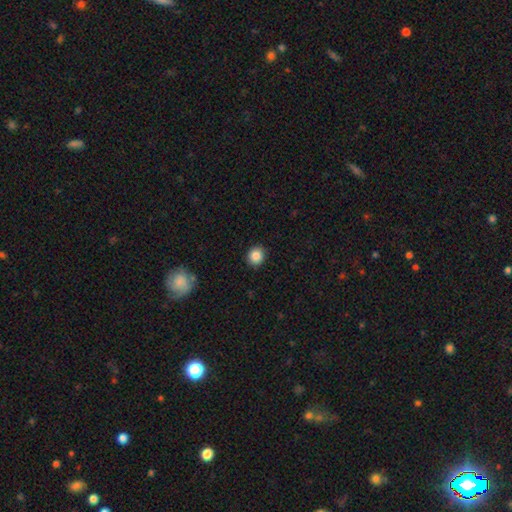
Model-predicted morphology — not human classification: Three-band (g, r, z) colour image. It shows a smooth galaxy with no disk features (86%) that is round (86%). Merging: none (90%).